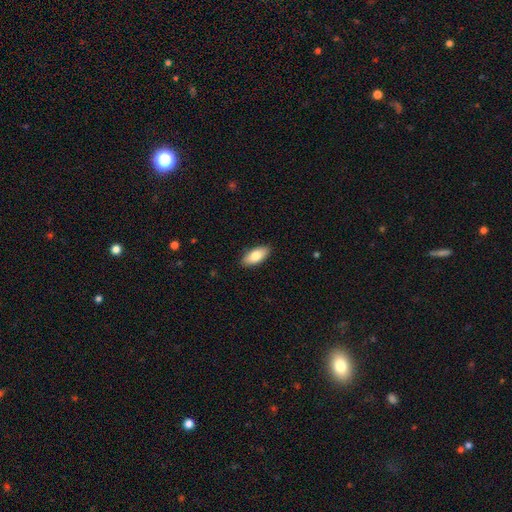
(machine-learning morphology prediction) A smooth galaxy with no disk features (80%) that is in between round and cigar-shaped (86%).

Vote fractions:
- Smooth or featured? smooth: 80% / featured or disk: 14% / star or artifact: 6%
- How rounded? in between: 86% / cigar-shaped: 12% / round: 2%
- Merging? none: 89% / minor disturbance: 8% / major disturbance: 2% / merger: 1%